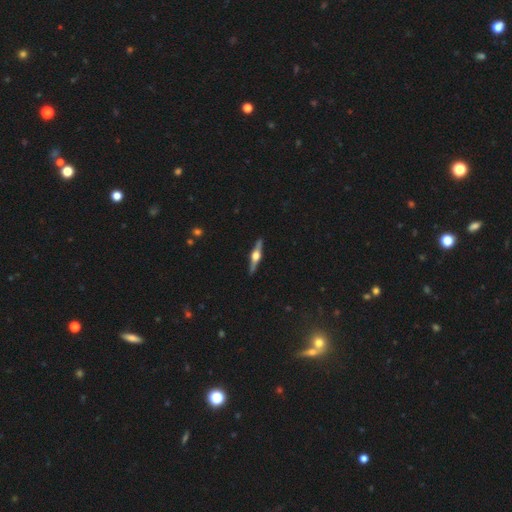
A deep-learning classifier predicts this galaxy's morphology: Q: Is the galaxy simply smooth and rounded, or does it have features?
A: featured or disk — 80%.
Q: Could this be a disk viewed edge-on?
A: yes — 98%.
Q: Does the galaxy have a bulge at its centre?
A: rounded — 94%.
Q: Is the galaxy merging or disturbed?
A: none — 91%.